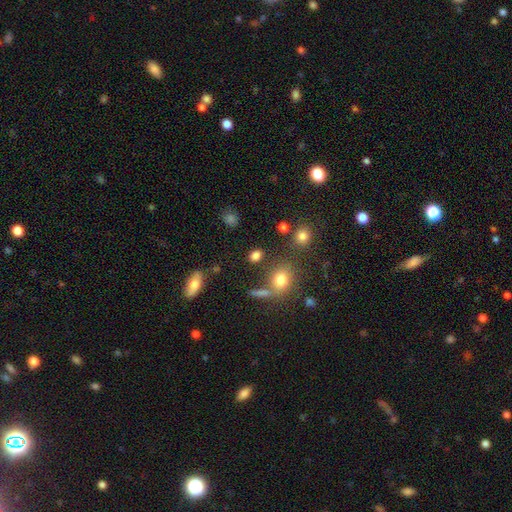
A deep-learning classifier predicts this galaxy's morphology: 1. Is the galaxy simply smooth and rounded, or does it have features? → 79% smooth, 14% star or artifact, 7% featured or disk.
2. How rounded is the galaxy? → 58% in between, 38% round, 3% cigar-shaped.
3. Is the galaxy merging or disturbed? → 73% none, 11% merger, 11% minor disturbance, 5% major disturbance.